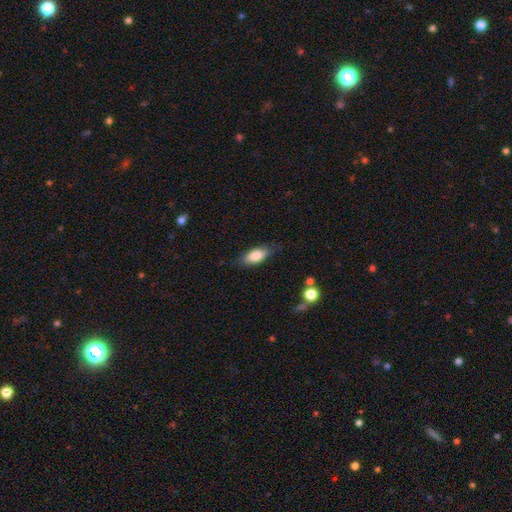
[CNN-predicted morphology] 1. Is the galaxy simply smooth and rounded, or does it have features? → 80% smooth, 13% featured or disk, 7% star or artifact.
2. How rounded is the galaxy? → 83% in between, 14% cigar-shaped, 3% round.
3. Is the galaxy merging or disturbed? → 78% none, 17% minor disturbance, 4% major disturbance, 2% merger.